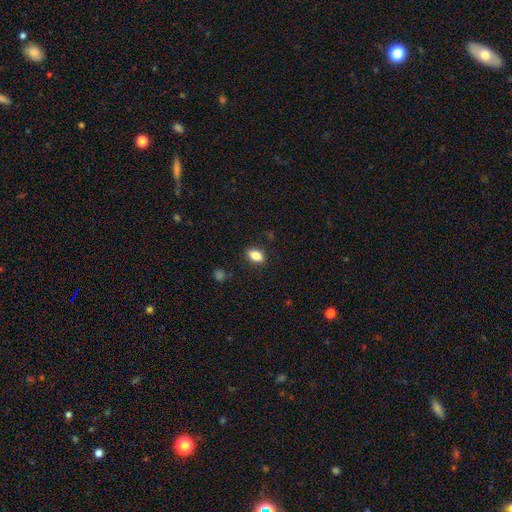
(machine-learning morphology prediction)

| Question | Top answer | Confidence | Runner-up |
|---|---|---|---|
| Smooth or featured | smooth | 84% | star or artifact (9%) |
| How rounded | in between | 86% | round (11%) |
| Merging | none | 87% | minor disturbance (10%) |